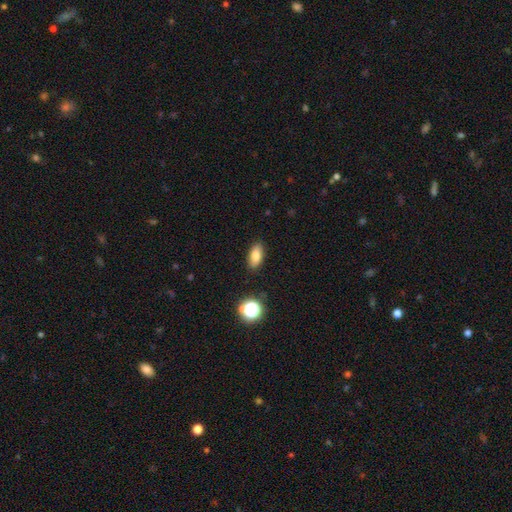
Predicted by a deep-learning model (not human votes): smooth 79%, star or artifact 10%, featured or disk 10%. Down the decision tree: how rounded — in between (85%); merging — none (88%).